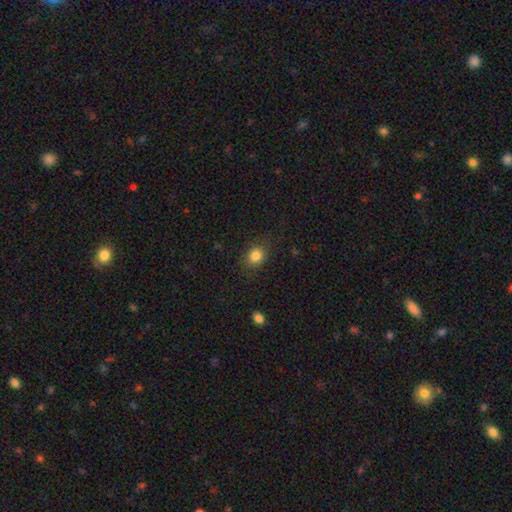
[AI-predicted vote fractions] smooth 83%, star or artifact 11%, featured or disk 6%. Down the decision tree: how rounded — round (60%); merging — none (83%).